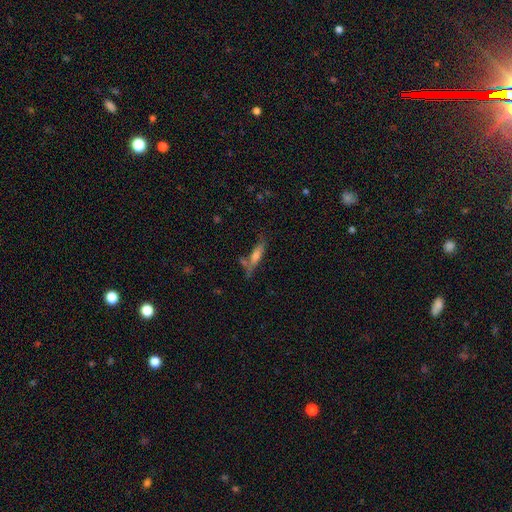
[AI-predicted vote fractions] smooth_or_featured: smooth (p=0.50) [alt: featured or disk p=0.40]
how_rounded: cigar-shaped (p=0.79) [alt: in between p=0.19]
merging: none (p=0.61) [alt: minor disturbance p=0.19]